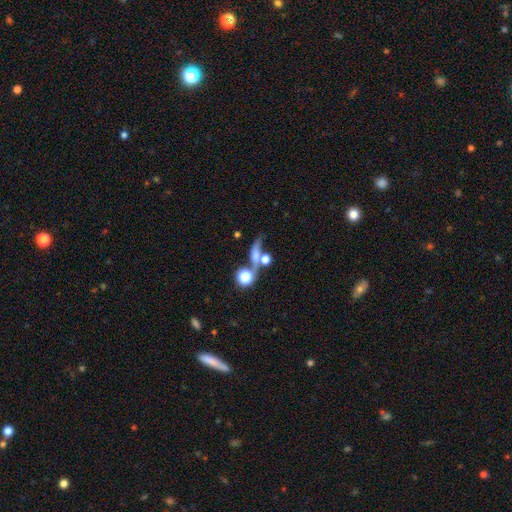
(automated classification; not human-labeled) The model was most divided on "how rounded": round: 36%, cigar-shaped: 32%, in between: 32%. Remaining: smooth or featured — smooth (50%); merging — none (40%).